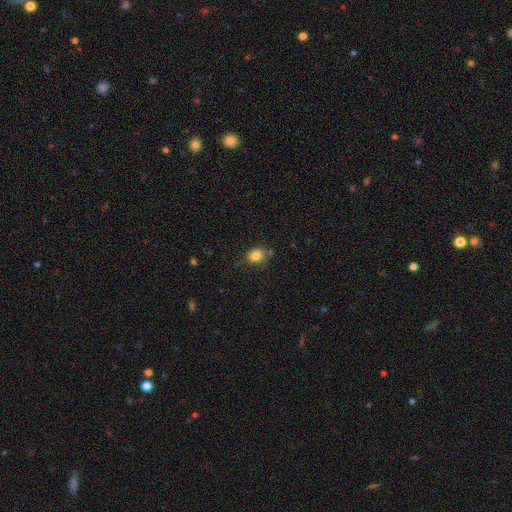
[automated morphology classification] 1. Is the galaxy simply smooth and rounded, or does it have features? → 83% smooth, 11% star or artifact, 6% featured or disk.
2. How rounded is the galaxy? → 66% round, 33% in between, 1% cigar-shaped.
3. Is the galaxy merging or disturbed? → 78% none, 14% minor disturbance, 5% merger, 3% major disturbance.